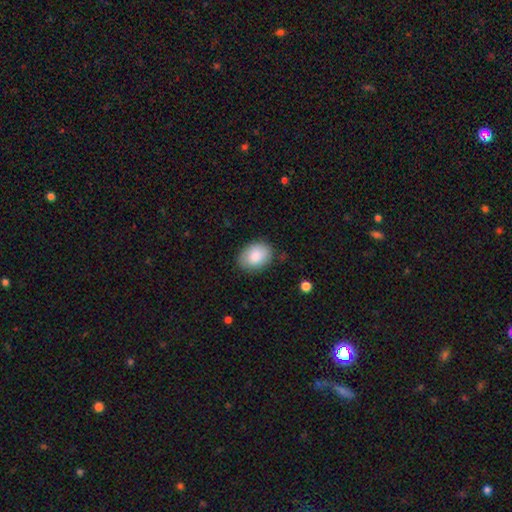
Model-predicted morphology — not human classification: Smooth or featured: smooth — 87% (featured or disk — 7%)
How rounded: in between — 77% (round — 22%)
Merging: none — 81% (minor disturbance — 14%)